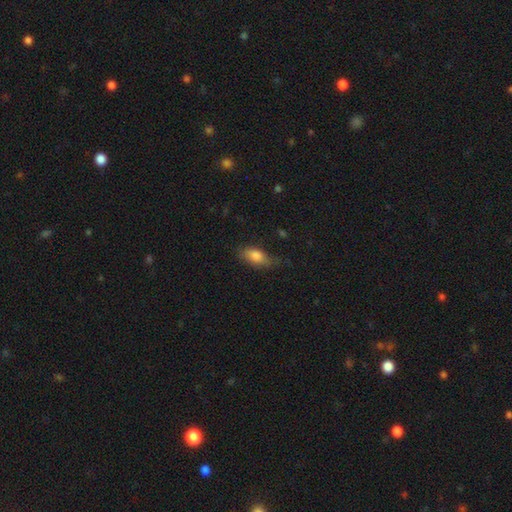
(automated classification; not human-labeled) Morphology: type=smooth (80%); roundness=in between (85%); merging=none (55%).